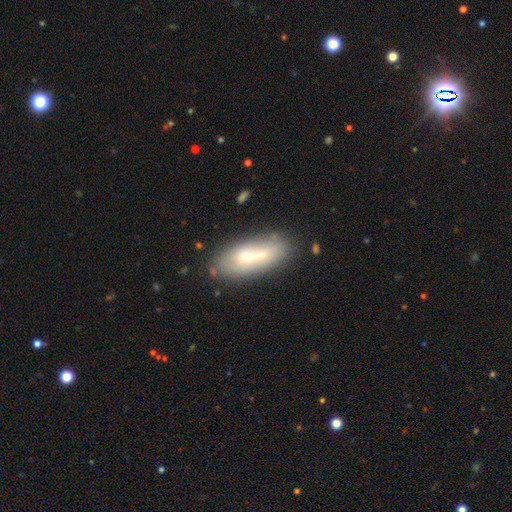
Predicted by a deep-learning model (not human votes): Q: Smooth or featured?
A: smooth (55%); runner-up: featured or disk (36%)
Q: How rounded?
A: in between (68%); runner-up: cigar-shaped (30%)
Q: Merging?
A: none (64%); runner-up: minor disturbance (19%)